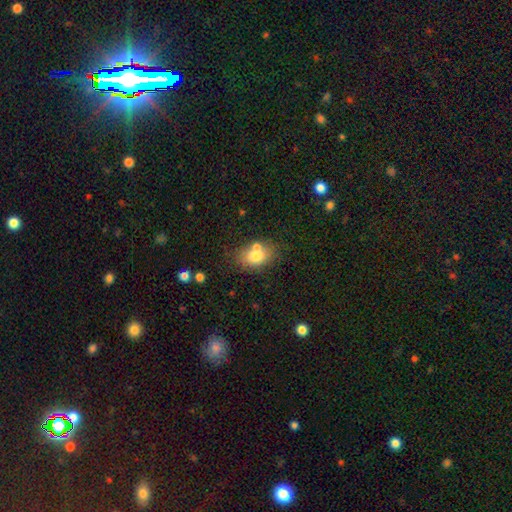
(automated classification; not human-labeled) smooth 74%, featured or disk 16%, star or artifact 9%. Down the decision tree: how rounded — in between (76%); merging — none (59%).